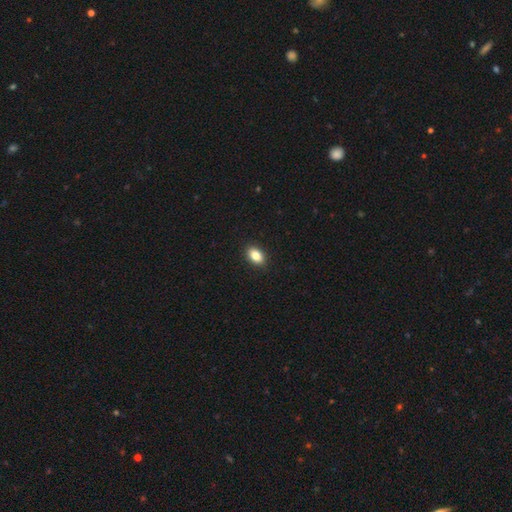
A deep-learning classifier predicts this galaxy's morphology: Smooth or featured? Predicted: smooth (p=0.84). How rounded? Predicted: in between (p=0.85). Merging? Predicted: none (p=0.91).